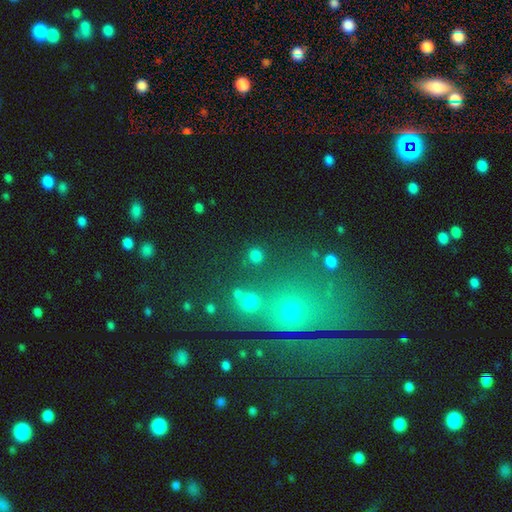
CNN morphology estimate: type=smooth (78%); roundness=round (92%); merging=none (86%).